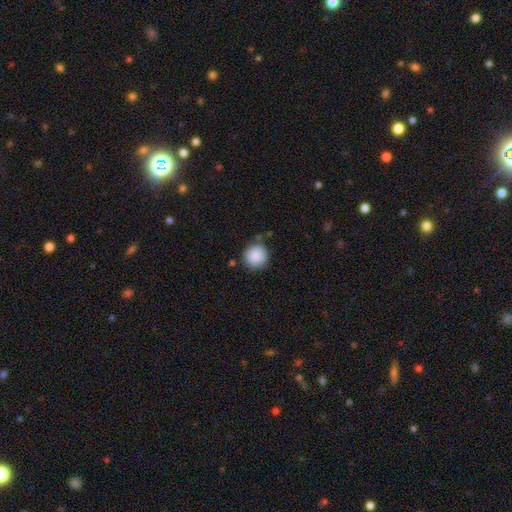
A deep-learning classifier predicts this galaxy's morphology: This is clearly a smooth galaxy (88%). How rounded: clearly round (93%). Merging: clearly none (81%).